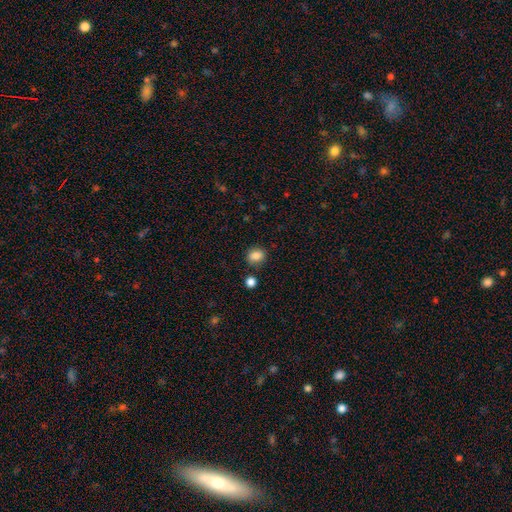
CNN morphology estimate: smooth_or_featured: smooth (p=0.86) [alt: star or artifact p=0.10]
how_rounded: round (p=0.57) [alt: in between p=0.42]
merging: none (p=0.80) [alt: minor disturbance p=0.12]